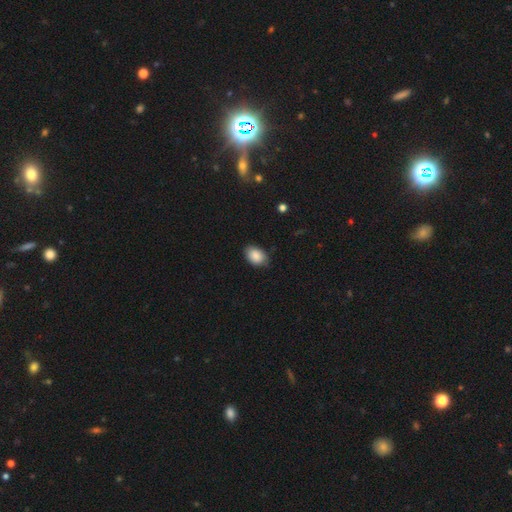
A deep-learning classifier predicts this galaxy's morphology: smooth-or-featured: smooth: 88% | star or artifact: 7% | featured or disk: 5%
  how-rounded: in between: 83% | round: 16% | cigar-shaped: 1%
  merging: none: 80% | minor disturbance: 17% | major disturbance: 3% | merger: 1%